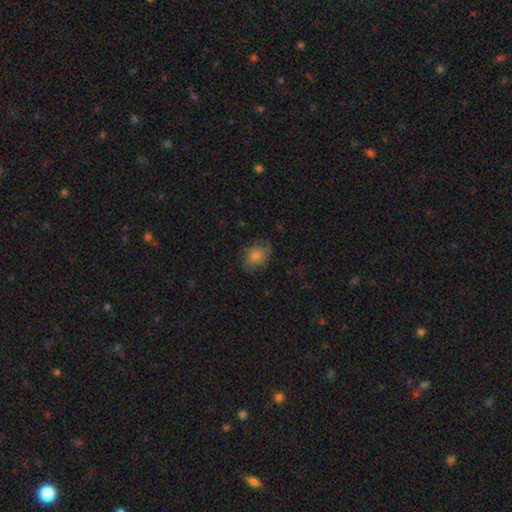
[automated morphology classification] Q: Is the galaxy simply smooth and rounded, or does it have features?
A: smooth — 75%.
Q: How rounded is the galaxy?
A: in between — 73%.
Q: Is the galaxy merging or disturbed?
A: none — 73%.